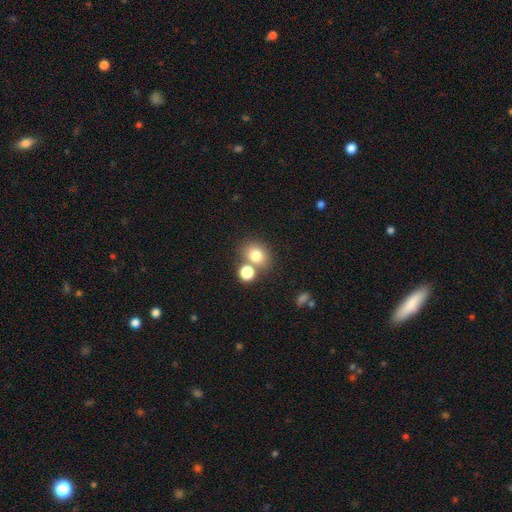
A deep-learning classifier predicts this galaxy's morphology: Q: Smooth or featured?
A: smooth (78%); runner-up: star or artifact (13%)
Q: How rounded?
A: round (62%); runner-up: in between (37%)
Q: Merging?
A: none (60%); runner-up: merger (26%)